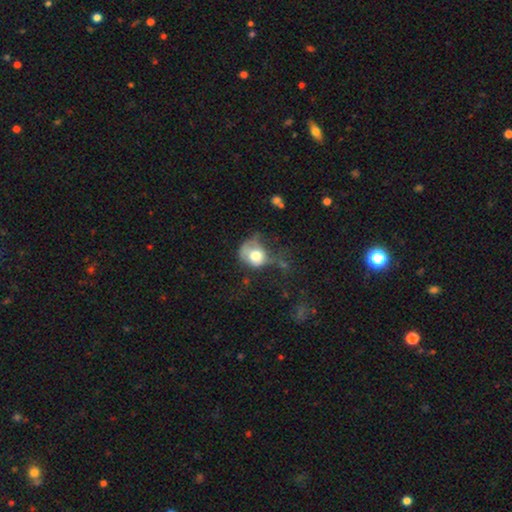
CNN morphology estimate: A smooth galaxy with no disk features (67%) that is round (69%).

Vote fractions:
- Smooth or featured? smooth: 67% / featured or disk: 23% / star or artifact: 10%
- How rounded? round: 69% / in between: 30% / cigar-shaped: 1%
- Merging? major disturbance: 39% / minor disturbance: 28% / none: 25% / merger: 7%